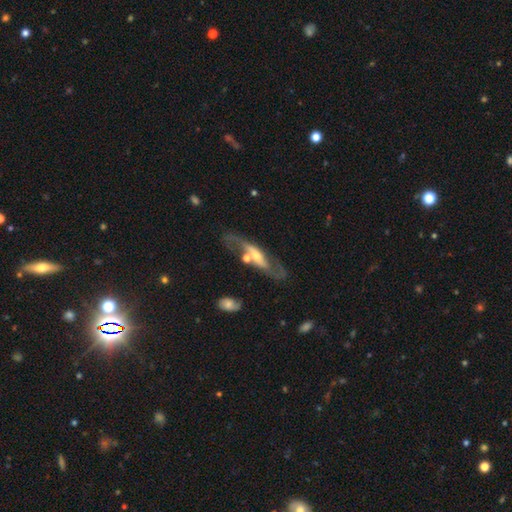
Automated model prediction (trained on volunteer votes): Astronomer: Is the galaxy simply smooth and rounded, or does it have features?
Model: featured or disk — 81%.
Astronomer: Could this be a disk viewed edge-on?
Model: no — 75%.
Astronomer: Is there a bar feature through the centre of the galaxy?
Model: no — 34%, tied with weak at 34%.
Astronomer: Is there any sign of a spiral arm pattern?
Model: yes — 85%.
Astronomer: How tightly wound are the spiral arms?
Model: loose — 49% (runner-up: medium, 37%).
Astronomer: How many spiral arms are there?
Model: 2 — 85%.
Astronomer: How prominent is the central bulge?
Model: moderate — 47% (runner-up: small, 42%).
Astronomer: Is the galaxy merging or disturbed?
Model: none — 60%.